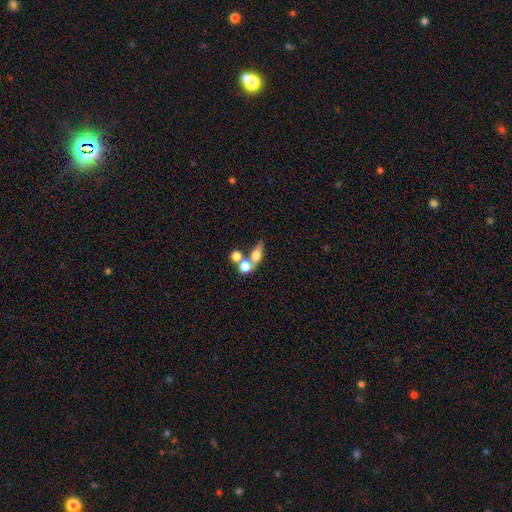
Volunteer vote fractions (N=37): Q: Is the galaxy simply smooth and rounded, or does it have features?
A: smooth — 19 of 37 (51%).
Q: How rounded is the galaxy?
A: in between — 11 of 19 (58%).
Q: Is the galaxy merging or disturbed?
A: none — 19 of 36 (53%).